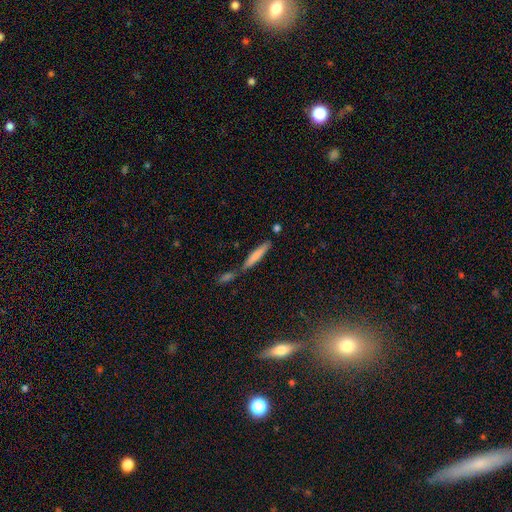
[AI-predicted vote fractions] This appears to be a smooth galaxy with no disk features (74%) that is cigar-shaped (90%). Merging: none (59%).